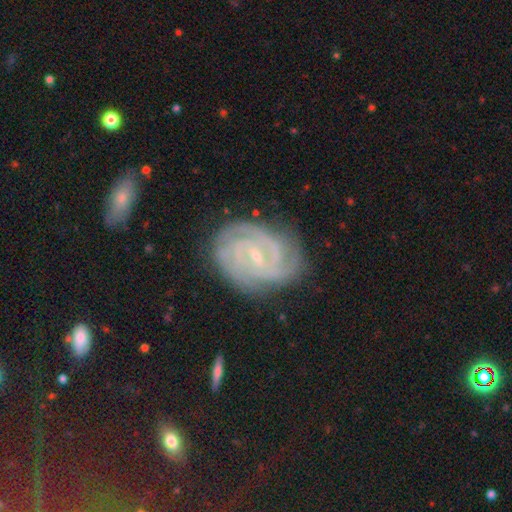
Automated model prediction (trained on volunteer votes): smooth_or_featured: featured or disk (p=0.89) [alt: star or artifact p=0.06]
disk_edge_on: no (p=0.97) [alt: yes p=0.03]
bar: weak (p=0.51) [alt: strong p=0.29]
has_spiral_arms: yes (p=0.98) [alt: no p=0.02]
spiral_winding: tight (p=0.72) [alt: medium p=0.25]
spiral_arm_count: 2 (p=0.33) [alt: 3 p=0.27]
bulge_size: small (p=0.77) [alt: moderate p=0.17]
merging: none (p=0.78) [alt: minor disturbance p=0.16]